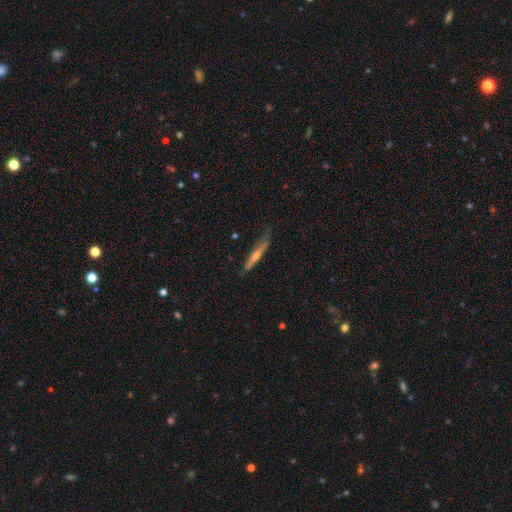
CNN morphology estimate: The model was most divided on "smooth or featured": featured or disk: 57%, smooth: 35%, star or artifact: 9%. More confident: edge-on disk — yes (92%); merging — none (76%); edge-on bulge — rounded (71%).